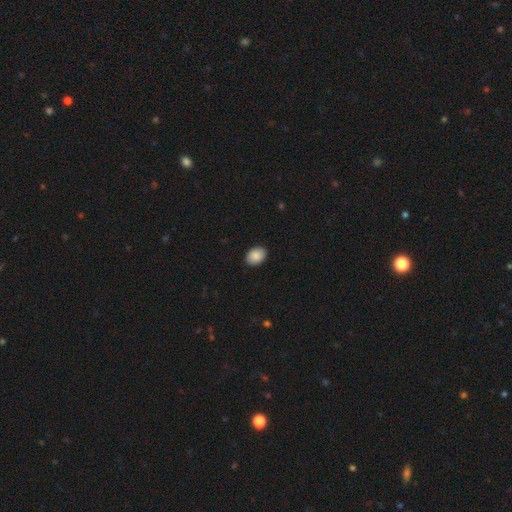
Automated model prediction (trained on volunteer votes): Smooth or featured? smooth (89%)
How rounded? in between (74%)
Merging? none (90%)